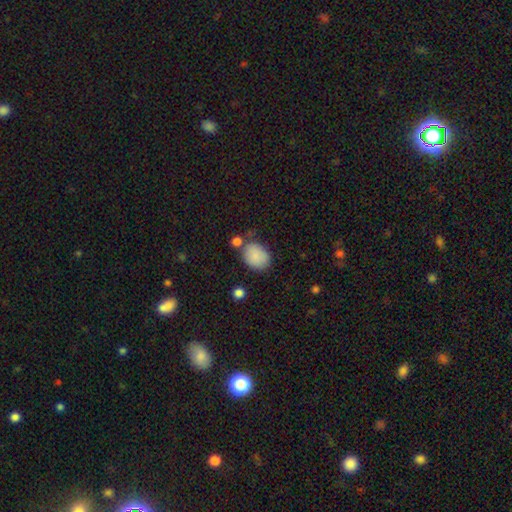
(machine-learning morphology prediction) smooth 87%, star or artifact 8%, featured or disk 5%. Down the decision tree: how rounded — in between (61%); merging — none (63%).